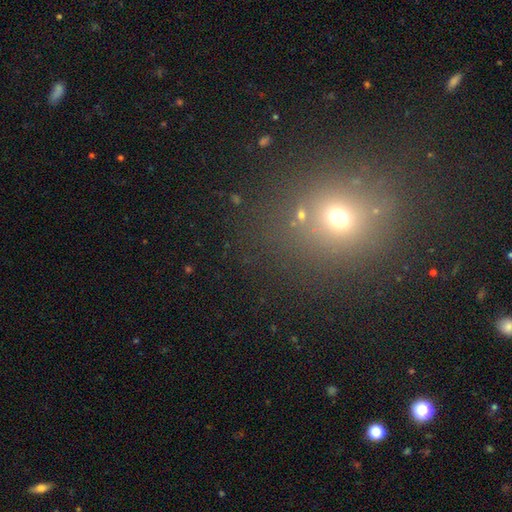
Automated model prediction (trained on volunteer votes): This appears to be a smooth galaxy with no disk features (47%). Merging: none (81%).